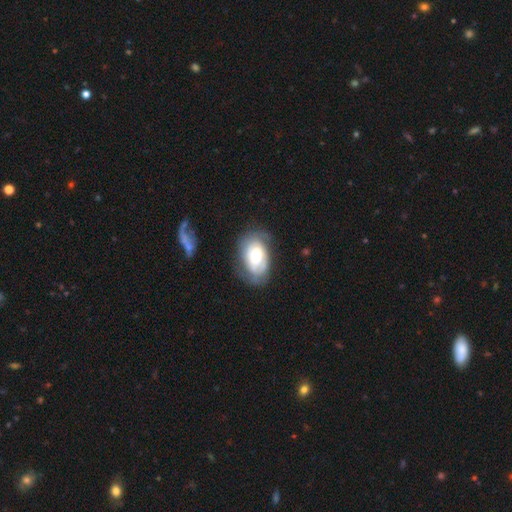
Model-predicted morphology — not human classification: The model was most divided on "smooth or featured": featured or disk: 62%, smooth: 32%, star or artifact: 6%. More confident: edge-on disk — no (95%); spiral arms — yes (78%); bar — no (70%); merging — none (61%); bulge size — moderate (57%).